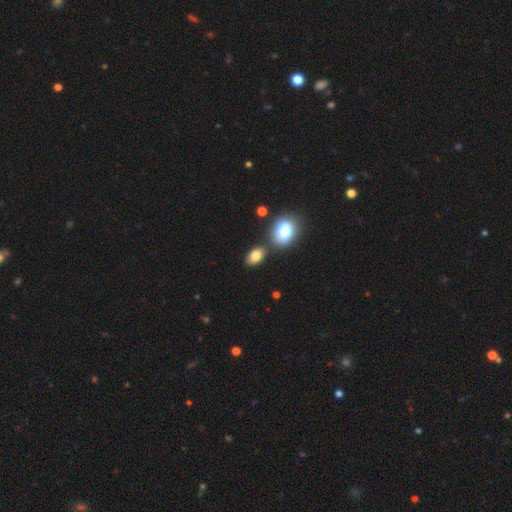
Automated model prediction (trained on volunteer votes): Morphology: type=smooth (82%); roundness=in between (85%); merging=none (66%).